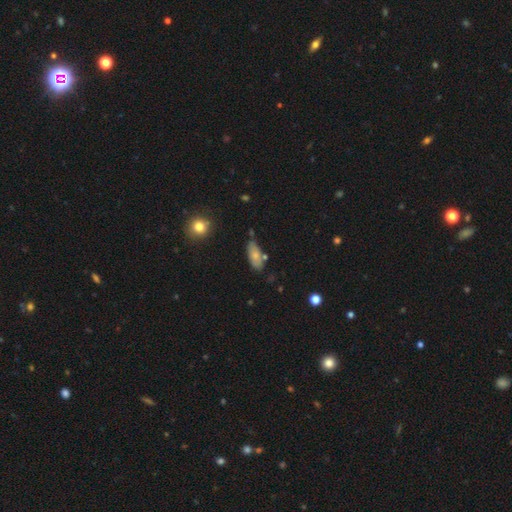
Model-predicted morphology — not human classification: Smooth or featured?
  - smooth: 74% *
  - featured or disk: 18%
  - star or artifact: 8%
How rounded?
  - in between: 82% *
  - cigar-shaped: 15%
  - round: 3%
Merging?
  - none: 67% *
  - minor disturbance: 21%
  - merger: 8%
  - major disturbance: 4%